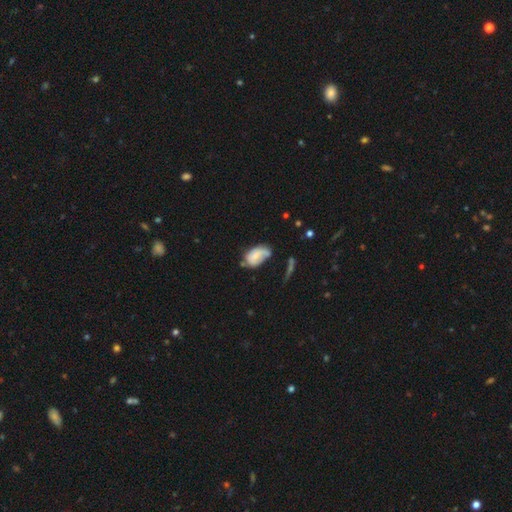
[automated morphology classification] Overall: smooth (60%; featured or disk 32%). How rounded: in between (90%). Merging: none (34%; minor disturbance 33%).